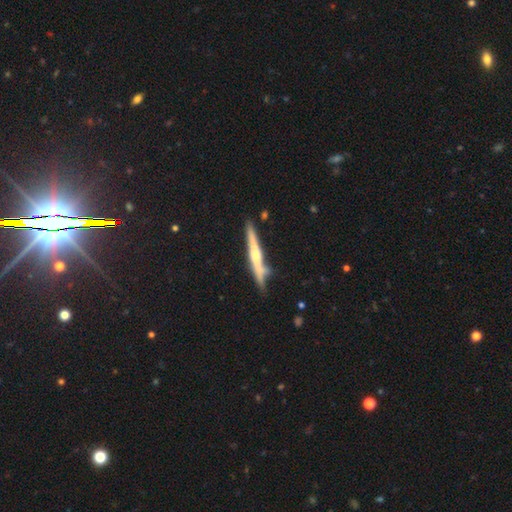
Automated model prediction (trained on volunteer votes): Morphology: type=featured or disk (61%); edge-on=yes (96%); edge-on bulge=rounded (67%); merging=none (73%).